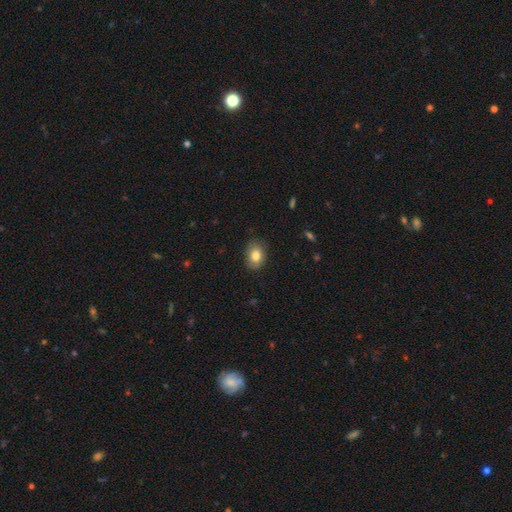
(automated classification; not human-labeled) This appears to be a smooth galaxy with no disk features (83%) that is in between round and cigar-shaped (73%). Merging: none (85%).